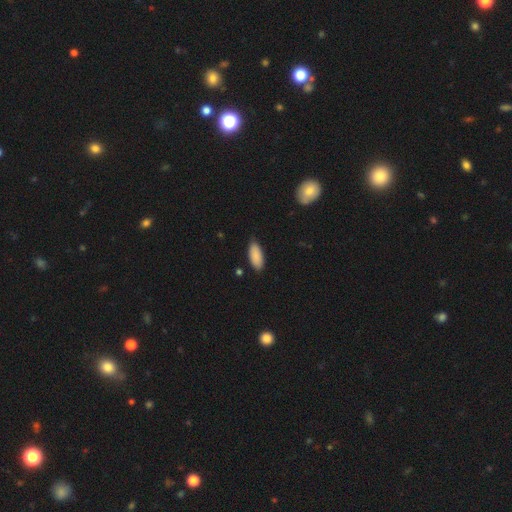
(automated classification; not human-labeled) smooth_or_featured: smooth (p=0.89) [alt: star or artifact p=0.06]
how_rounded: in between (p=0.84) [alt: cigar-shaped p=0.14]
merging: none (p=0.80) [alt: minor disturbance p=0.16]